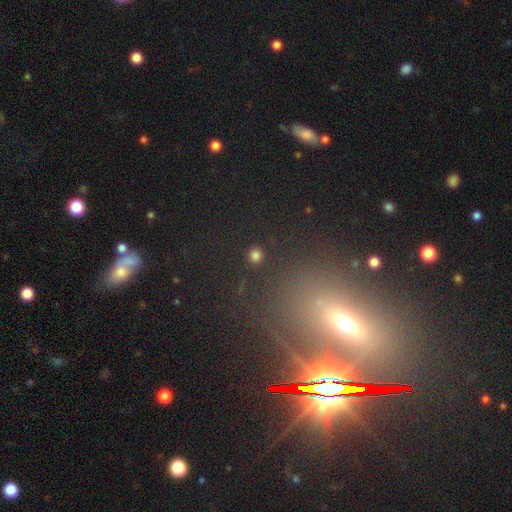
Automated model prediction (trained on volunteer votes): Smooth or featured: smooth — 77% (star or artifact — 18%)
How rounded: round — 92% (in between — 7%)
Merging: none — 90% (minor disturbance — 5%)